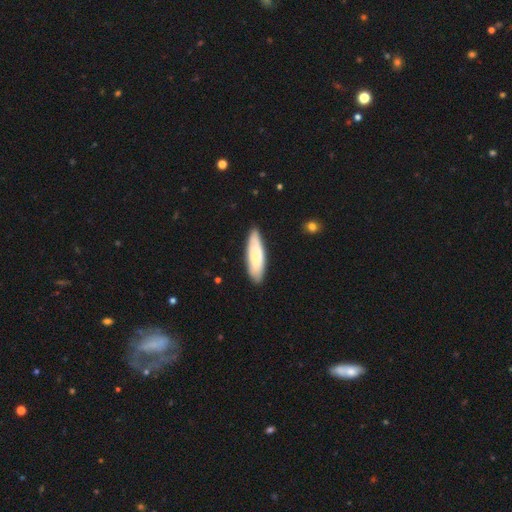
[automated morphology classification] The model was most divided on "how rounded": cigar-shaped: 53%, in between: 46%, round: 2%. More confident: merging — none (81%); smooth or featured — smooth (66%).